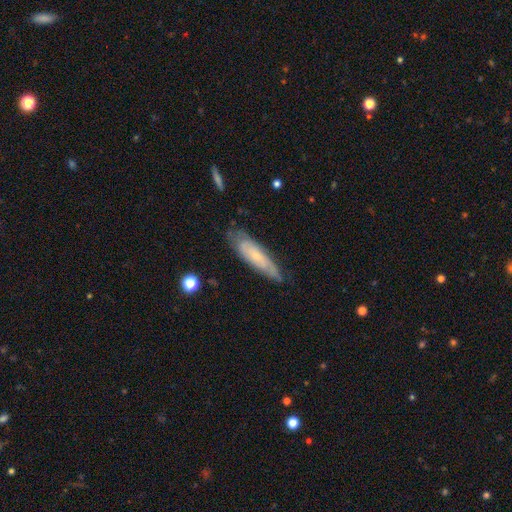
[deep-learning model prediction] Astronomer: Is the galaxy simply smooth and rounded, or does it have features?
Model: featured or disk — 55% (runner-up: smooth, 38%).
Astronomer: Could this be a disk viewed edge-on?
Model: no — 70%.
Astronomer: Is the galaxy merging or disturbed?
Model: none — 69%.